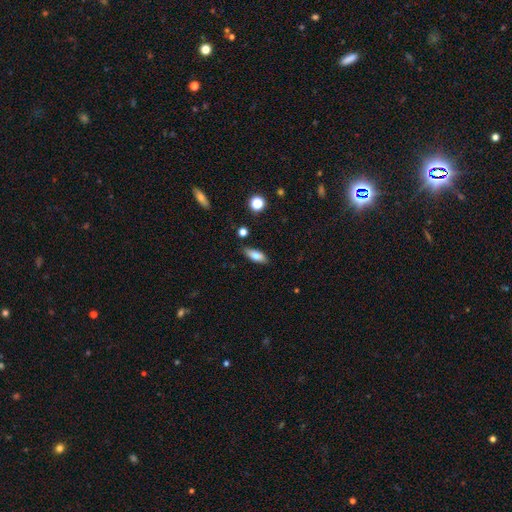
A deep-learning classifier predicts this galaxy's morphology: smooth-or-featured: smooth: 72% | featured or disk: 20% | star or artifact: 8%
  how-rounded: in between: 72% | cigar-shaped: 24% | round: 3%
  merging: none: 85% | minor disturbance: 10% | major disturbance: 2% | merger: 2%